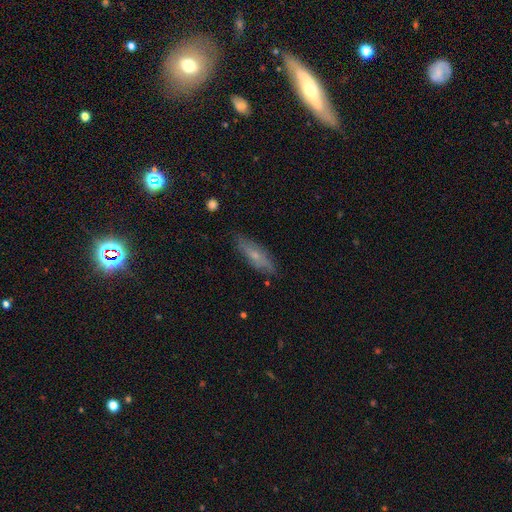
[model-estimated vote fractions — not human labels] This appears to be a smooth galaxy with no disk features (53%) that is cigar-shaped (59%). Merging: none (79%).